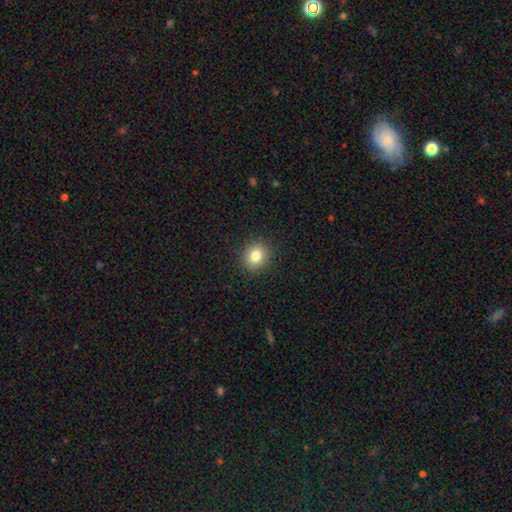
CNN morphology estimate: Smooth or featured: smooth — 82% (star or artifact — 11%)
How rounded: round — 79% (in between — 20%)
Merging: none — 91% (minor disturbance — 6%)